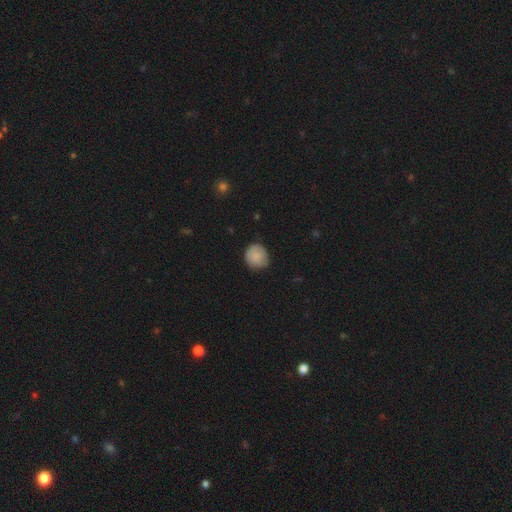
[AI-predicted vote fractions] smooth 83%, featured or disk 10%, star or artifact 7%. Down the decision tree: how rounded — round (85%); merging — none (74%).